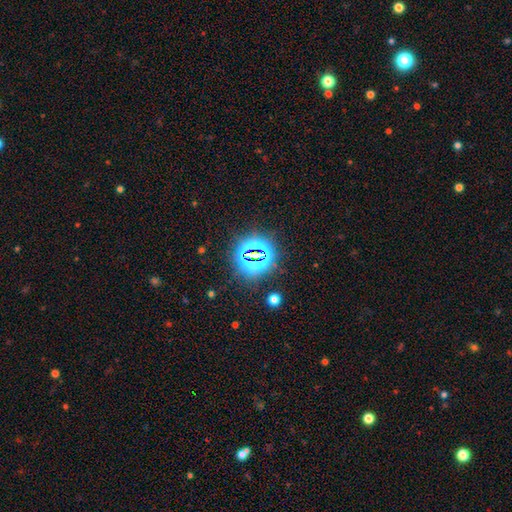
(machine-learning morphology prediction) smooth_or_featured: star or artifact (p=0.76) [alt: smooth p=0.16]